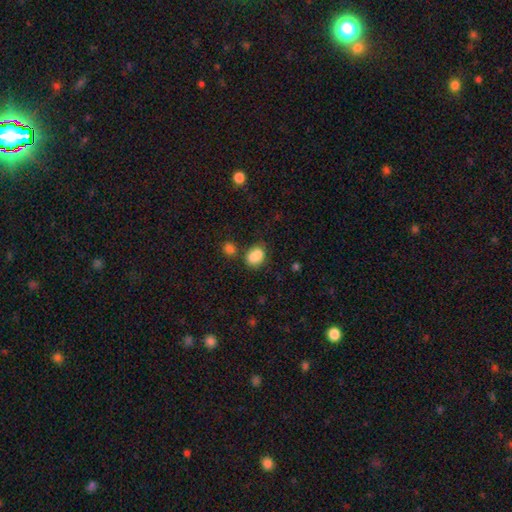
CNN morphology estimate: This is clearly a smooth galaxy (84%). How rounded: likely in between (64%). Merging: possibly none (55%).